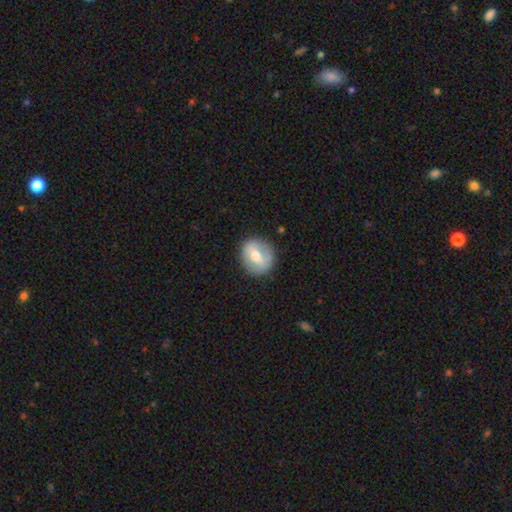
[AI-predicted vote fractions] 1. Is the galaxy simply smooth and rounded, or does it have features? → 52% smooth, 42% featured or disk, 7% star or artifact.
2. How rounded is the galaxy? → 75% round, 24% in between, 1% cigar-shaped.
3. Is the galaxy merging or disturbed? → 84% none, 11% minor disturbance, 3% major disturbance, 1% merger.